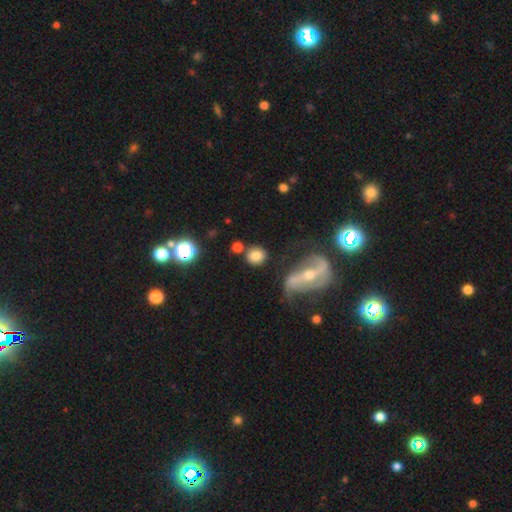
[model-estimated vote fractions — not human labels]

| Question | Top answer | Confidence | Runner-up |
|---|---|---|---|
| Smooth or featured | smooth | 72% | featured or disk (18%) |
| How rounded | round | 82% | in between (16%) |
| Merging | none | 75% | minor disturbance (12%) |